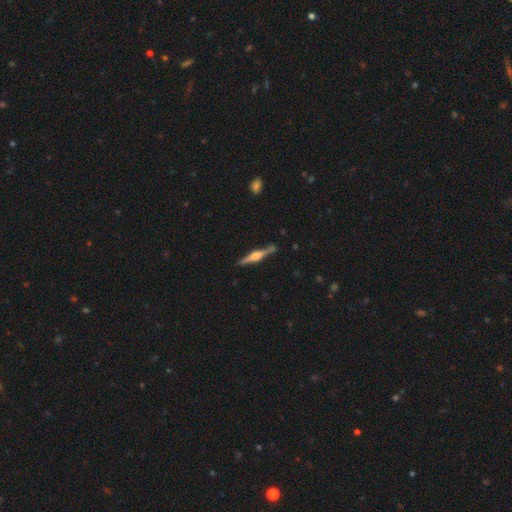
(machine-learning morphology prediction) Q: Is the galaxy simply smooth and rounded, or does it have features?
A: featured or disk — 79%.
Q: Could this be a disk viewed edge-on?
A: yes — 98%.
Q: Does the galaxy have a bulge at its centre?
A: rounded — 83%.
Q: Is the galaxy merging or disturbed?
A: none — 87%.